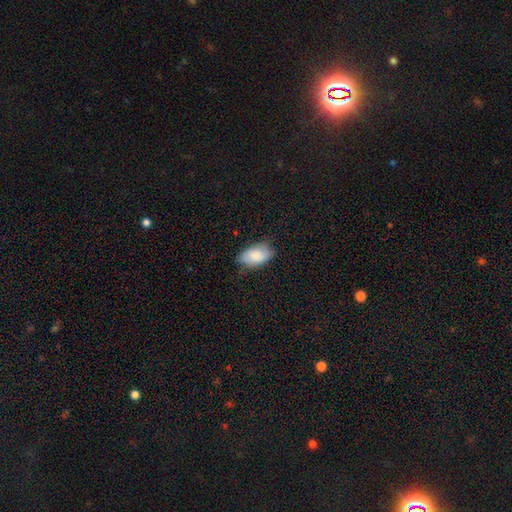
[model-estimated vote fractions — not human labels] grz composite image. It shows a smooth galaxy with no disk features (77%) that is in between round and cigar-shaped (94%). Merging: none (74%).